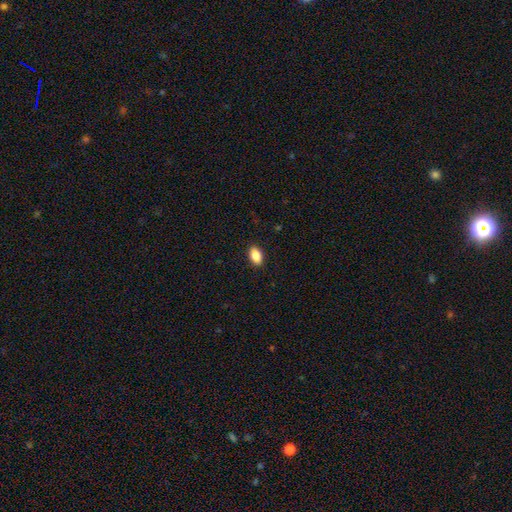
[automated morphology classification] This appears to be a smooth galaxy with no disk features (86%) that is in between round and cigar-shaped (91%). Merging: none (90%).